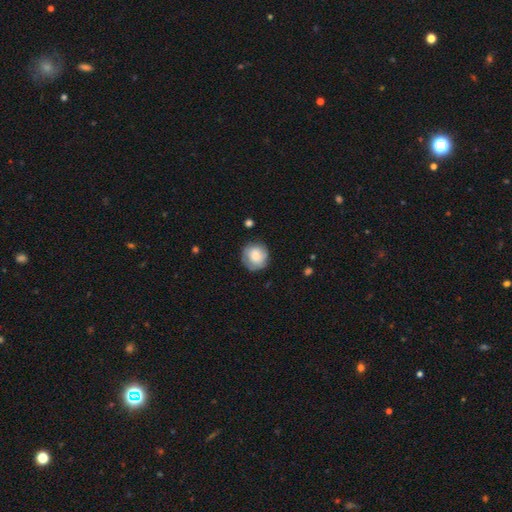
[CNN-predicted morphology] Q: Smooth or featured?
A: smooth (75%); runner-up: featured or disk (17%)
Q: How rounded?
A: round (89%); runner-up: in between (10%)
Q: Merging?
A: none (76%); runner-up: minor disturbance (18%)